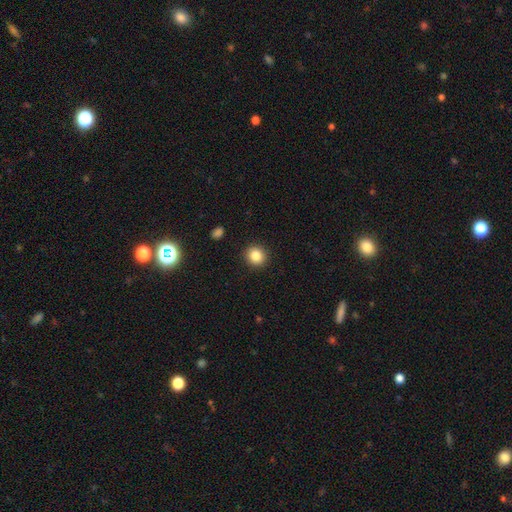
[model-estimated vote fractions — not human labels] Overall: smooth (85%). How rounded: round (88%). Merging: none (92%).